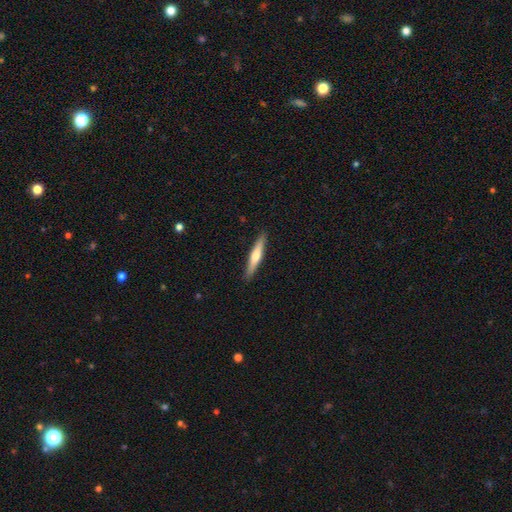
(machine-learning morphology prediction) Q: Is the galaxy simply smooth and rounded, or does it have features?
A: smooth — 52%.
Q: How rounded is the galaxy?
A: cigar-shaped — 91%.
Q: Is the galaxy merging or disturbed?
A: none — 90%.